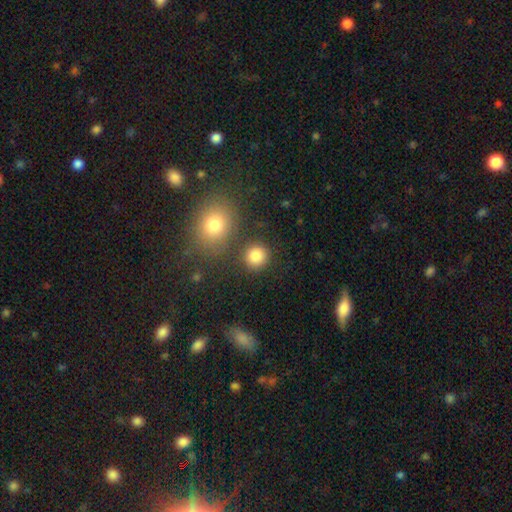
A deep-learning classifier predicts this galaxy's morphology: smooth 84%, star or artifact 11%, featured or disk 5%. Down the decision tree: how rounded — round (89%); merging — none (81%).